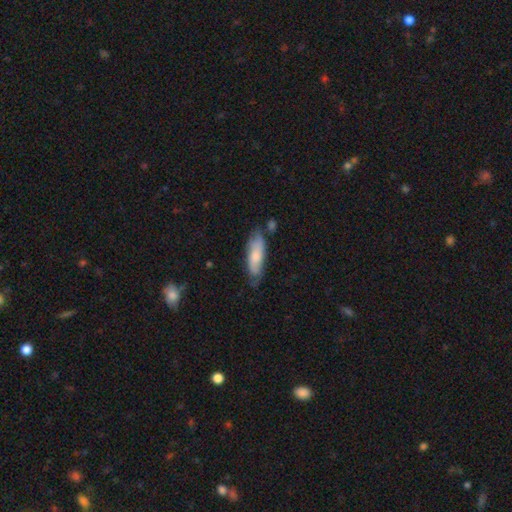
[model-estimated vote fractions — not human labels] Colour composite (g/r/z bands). It shows a smooth galaxy with no disk features (69%) that is in between round and cigar-shaped (53%). Merging: none (62%).